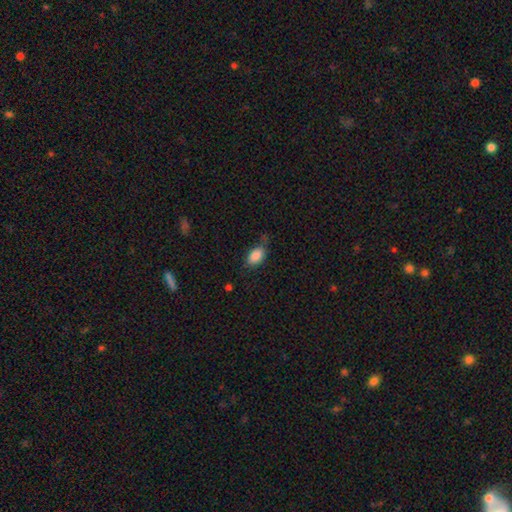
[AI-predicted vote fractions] Smooth or featured?
  - smooth: 87% *
  - star or artifact: 8%
  - featured or disk: 5%
How rounded?
  - in between: 90% *
  - round: 8%
  - cigar-shaped: 2%
Merging?
  - none: 65% *
  - minor disturbance: 25%
  - major disturbance: 8%
  - merger: 3%